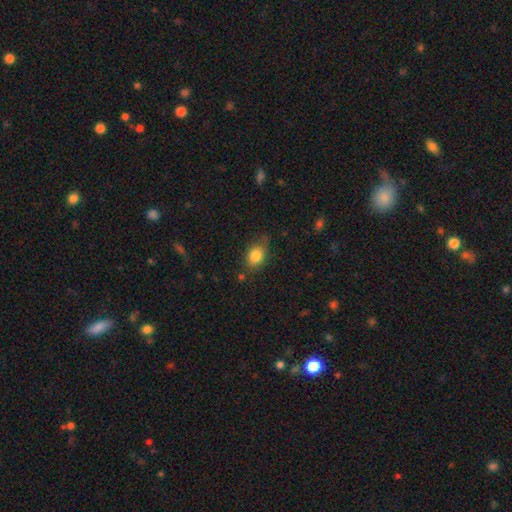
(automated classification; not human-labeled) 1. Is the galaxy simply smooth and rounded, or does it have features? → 83% smooth, 9% star or artifact, 8% featured or disk.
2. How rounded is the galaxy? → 66% in between, 32% round, 2% cigar-shaped.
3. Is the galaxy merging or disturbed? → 66% none, 26% minor disturbance, 6% major disturbance, 2% merger.